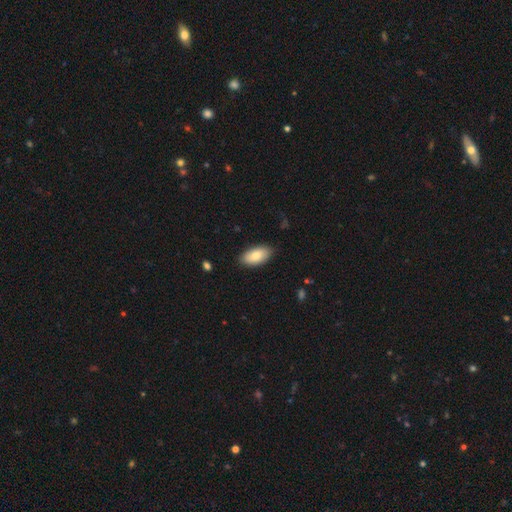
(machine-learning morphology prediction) Smooth or featured: smooth — 82% (featured or disk — 12%)
How rounded: in between — 94% (cigar-shaped — 4%)
Merging: none — 85% (minor disturbance — 11%)